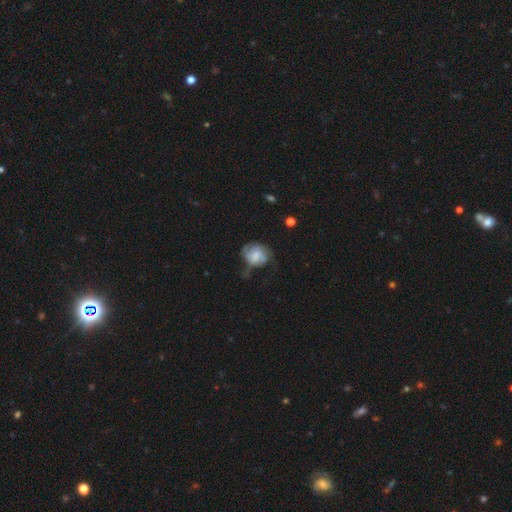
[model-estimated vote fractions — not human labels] smooth_or_featured: smooth (p=0.48) [alt: featured or disk p=0.44]
merging: none (p=0.37) [alt: minor disturbance p=0.30]